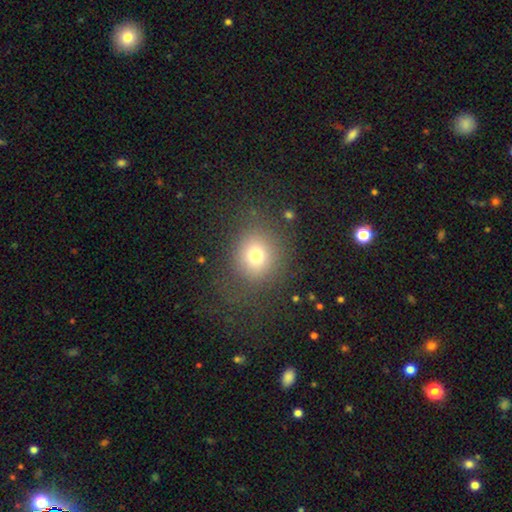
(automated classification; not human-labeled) A smooth galaxy with no disk features (72%) that is round (79%). Merging: none (72%).